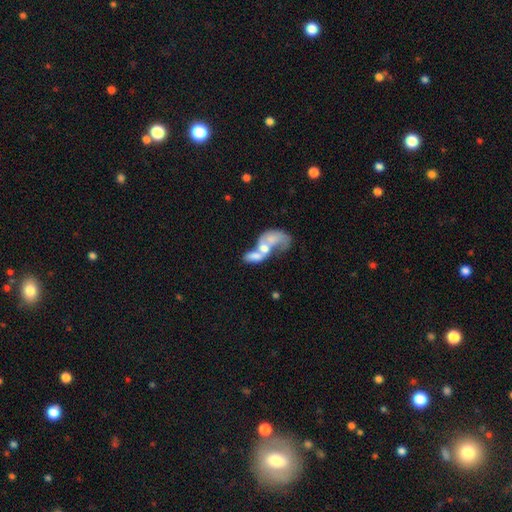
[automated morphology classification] Smooth or featured: featured or disk — 46% (tied with smooth — 46%)
Merging: merger — 77% (major disturbance — 13%)